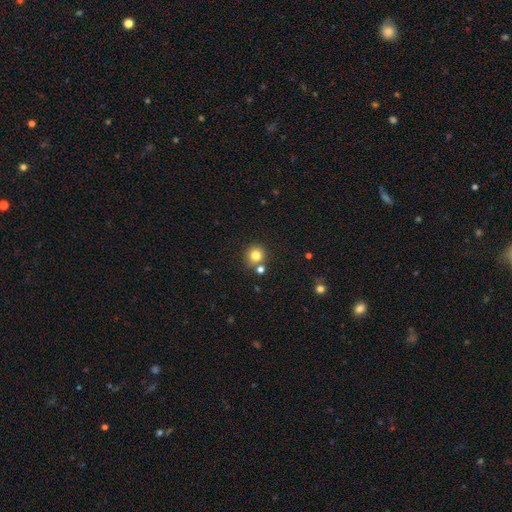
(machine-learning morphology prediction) Smooth or featured: smooth — 81% (star or artifact — 12%)
How rounded: round — 91% (in between — 8%)
Merging: none — 73% (merger — 14%)